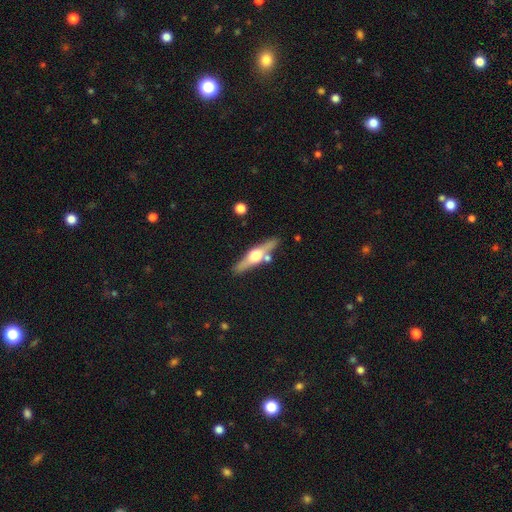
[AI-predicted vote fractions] A featured or disk galaxy (69%) viewed edge-on (95%) with a rounded central bulge (95%). Merging: none (81%).